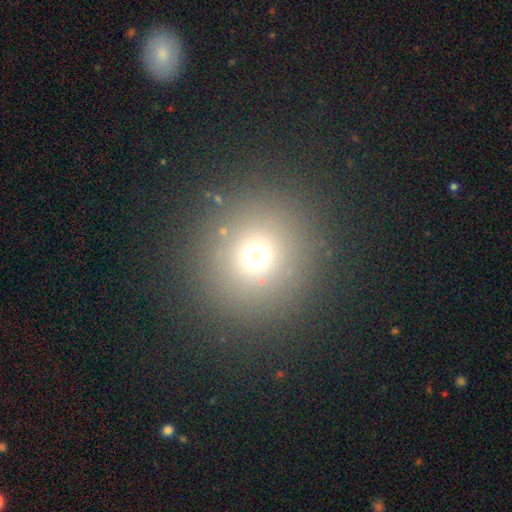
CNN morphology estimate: Smooth or featured?
  - smooth: 69% *
  - star or artifact: 22%
  - featured or disk: 9%
How rounded?
  - round: 94% *
  - in between: 5%
  - cigar-shaped: 1%
Merging?
  - none: 88% *
  - minor disturbance: 6%
  - major disturbance: 4%
  - merger: 2%